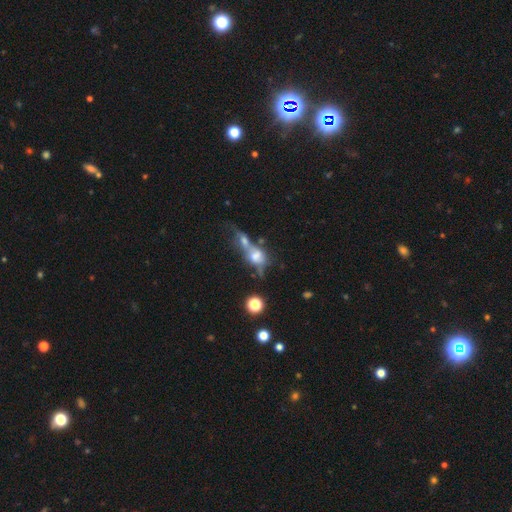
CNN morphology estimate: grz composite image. It shows a smooth galaxy with no disk features (43%). Merging: merger (60%).